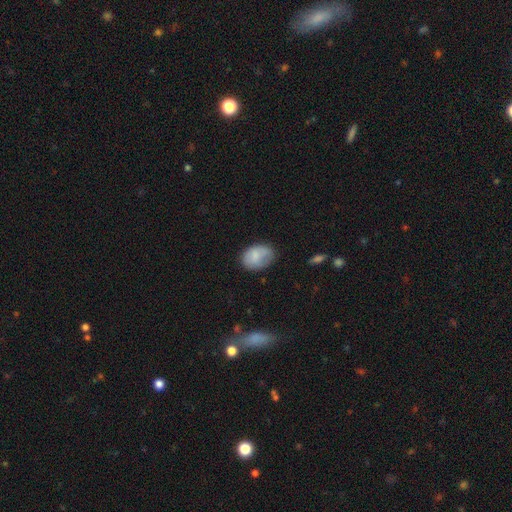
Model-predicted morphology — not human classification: type=smooth (77%); roundness=in between (78%); merging=none (63%).